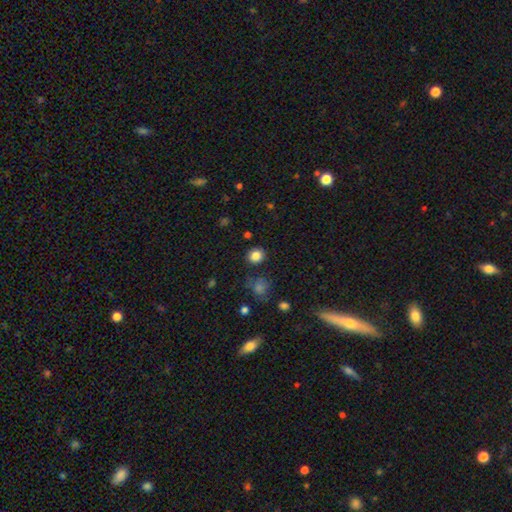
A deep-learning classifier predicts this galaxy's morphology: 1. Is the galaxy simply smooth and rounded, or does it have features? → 83% smooth, 12% star or artifact, 5% featured or disk.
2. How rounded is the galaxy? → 83% round, 16% in between, 1% cigar-shaped.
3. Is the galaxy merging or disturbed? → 87% none, 8% minor disturbance, 3% major disturbance, 3% merger.